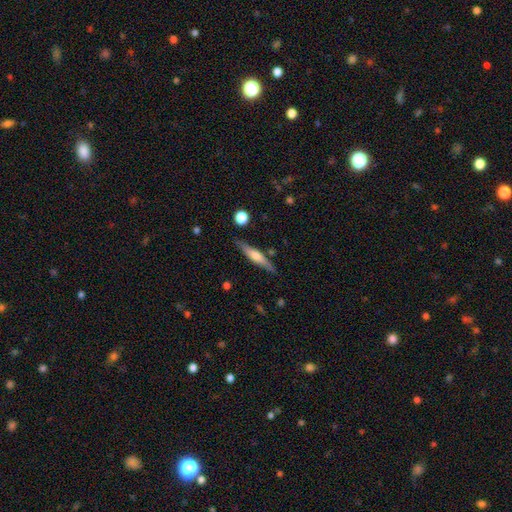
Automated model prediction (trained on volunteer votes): Overall: featured or disk (57%; smooth 37%). Edge-on disk: yes (95%). Edge-on bulge: rounded (78%). Merging: none (85%).